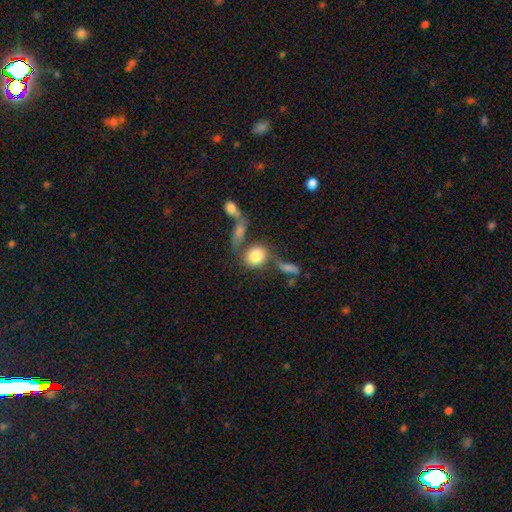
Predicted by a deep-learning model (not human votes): smooth_or_featured: smooth (p=0.81) [alt: featured or disk p=0.10]
how_rounded: round (p=0.64) [alt: in between p=0.33]
merging: none (p=0.51) [alt: merger p=0.25]